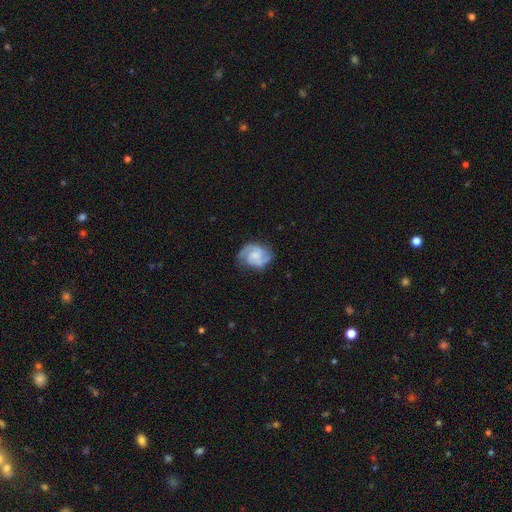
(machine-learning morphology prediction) Overall: featured or disk (83%). Edge-on disk: no (98%). Bar: no (52%; weak 41%). Spiral arms: yes (97%). Spiral arm count: 2 (78%). Spiral winding: medium (49%; tight 39%). Bulge size: small (42%; moderate 30%). Merging: none (74%).